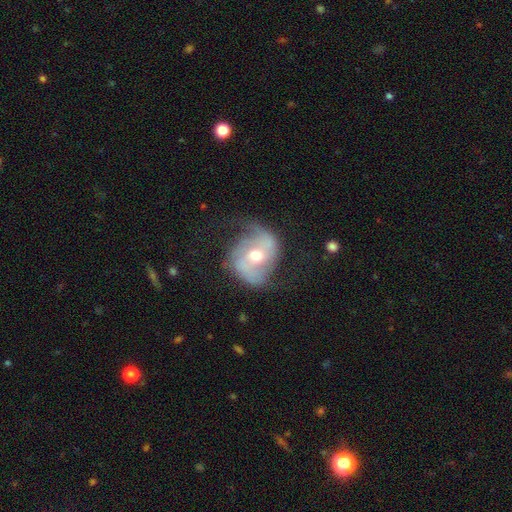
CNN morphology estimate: Smooth or featured: featured or disk — 77% (smooth — 16%)
Edge-on disk: no — 96% (yes — 4%)
Bar: no — 48% (weak — 34%)
Spiral arms: yes — 89% (no — 11%)
Spiral winding: loose — 43% (medium — 39%)
Spiral arm count: 2 — 78% (can't tell — 10%)
Bulge size: moderate — 71% (small — 22%)
Merging: none — 57% (minor disturbance — 24%)